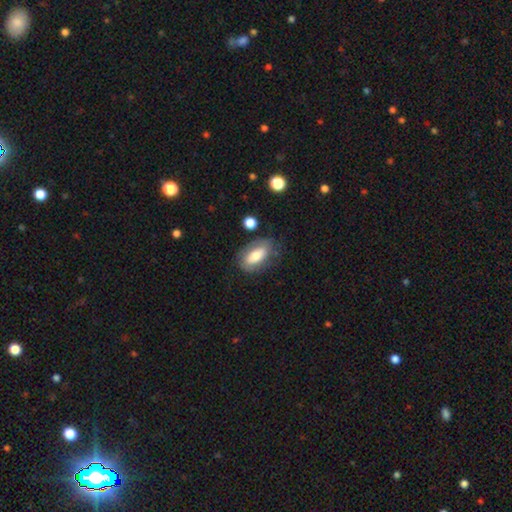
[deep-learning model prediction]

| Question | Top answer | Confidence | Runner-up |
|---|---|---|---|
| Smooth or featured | smooth | 64% | featured or disk (29%) |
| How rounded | in between | 89% | cigar-shaped (6%) |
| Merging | none | 70% | minor disturbance (19%) |